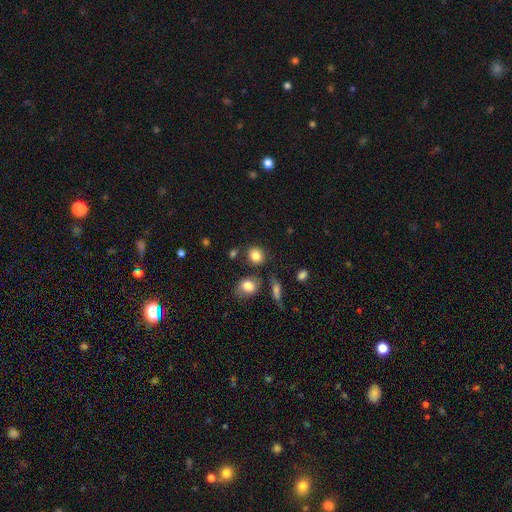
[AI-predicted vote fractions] Q: Smooth or featured?
A: smooth (84%); runner-up: star or artifact (10%)
Q: How rounded?
A: round (75%); runner-up: in between (24%)
Q: Merging?
A: none (78%); runner-up: minor disturbance (11%)